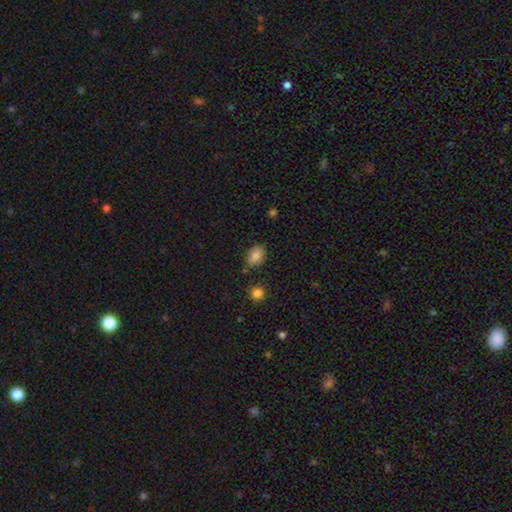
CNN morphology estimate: smooth 83%, star or artifact 9%, featured or disk 8%. Down the decision tree: how rounded — in between (70%); merging — none (80%).